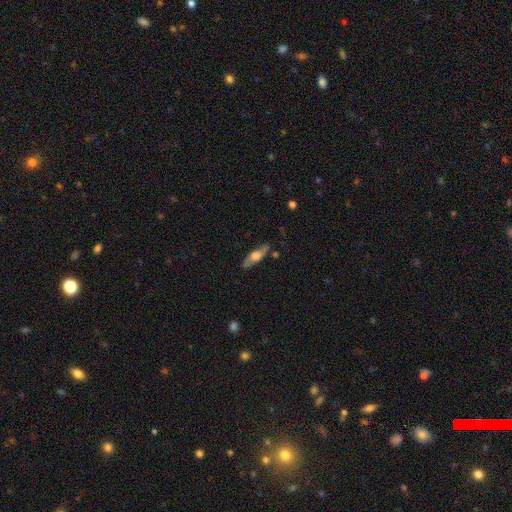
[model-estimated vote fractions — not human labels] smooth-or-featured: featured or disk: 55% | smooth: 39% | star or artifact: 6%
  disk-edge-on: yes: 73% | no: 27%
  merging: none: 82% | minor disturbance: 13% | major disturbance: 3% | merger: 2%